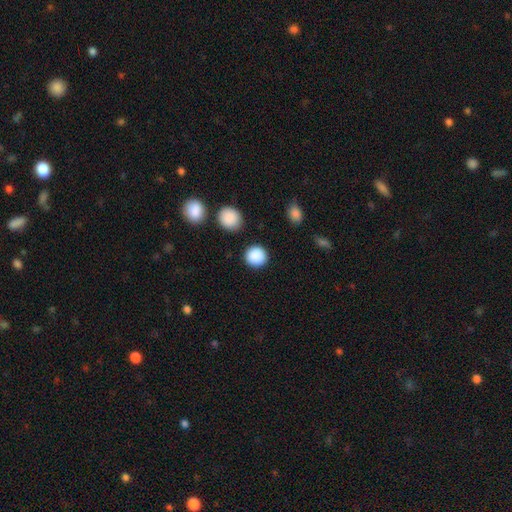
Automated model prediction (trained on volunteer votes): smooth_or_featured: smooth (p=0.89) [alt: star or artifact p=0.08]
how_rounded: round (p=0.92) [alt: in between p=0.07]
merging: none (p=0.88) [alt: minor disturbance p=0.07]